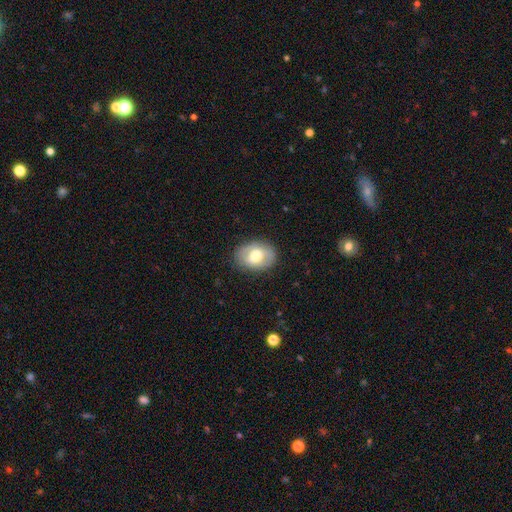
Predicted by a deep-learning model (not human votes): The model was most divided on "smooth or featured": smooth: 56%, featured or disk: 37%, star or artifact: 7%. More confident: merging — none (82%); how rounded — in between (74%).